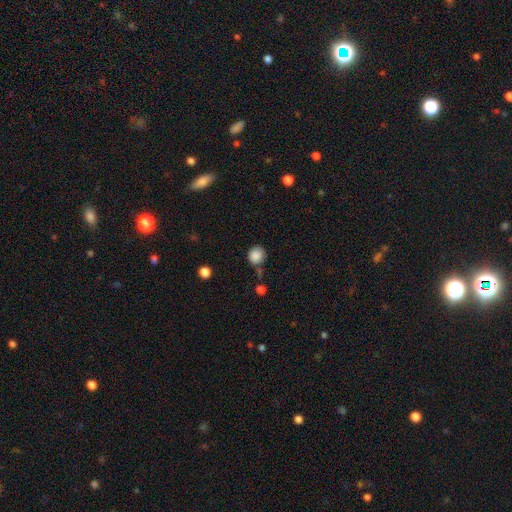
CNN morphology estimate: This is clearly a smooth galaxy (87%). How rounded: clearly round (83%). Merging: likely none (70%).